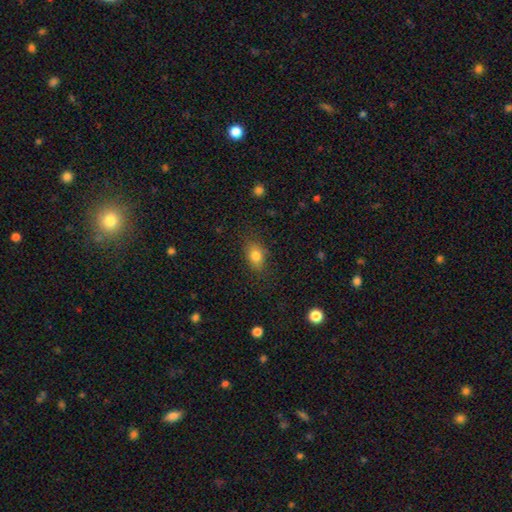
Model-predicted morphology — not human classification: Smooth or featured? smooth (82%)
How rounded? in between (76%)
Merging? none (79%)